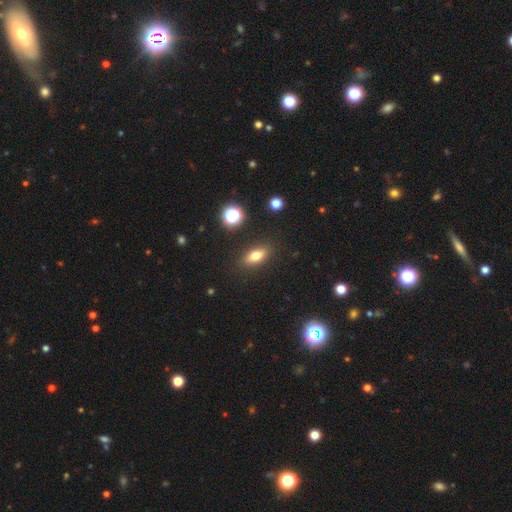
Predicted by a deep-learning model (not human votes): This appears to be a smooth galaxy with no disk features (71%) that is in between round and cigar-shaped (71%). Merging: none (86%).